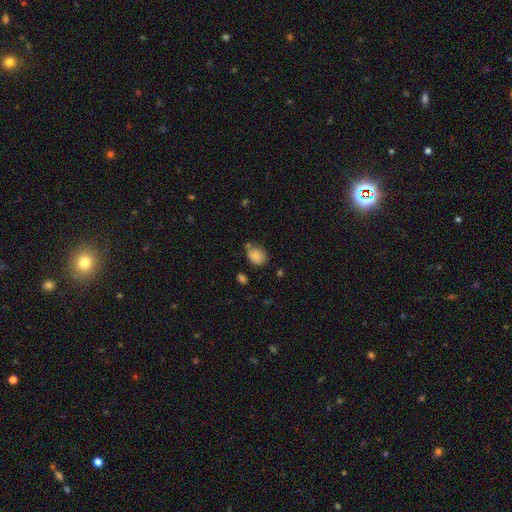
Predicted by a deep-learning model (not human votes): smooth_or_featured: smooth (p=0.85) [alt: star or artifact p=0.09]
how_rounded: in between (p=0.58) [alt: round p=0.41]
merging: none (p=0.65) [alt: minor disturbance p=0.21]